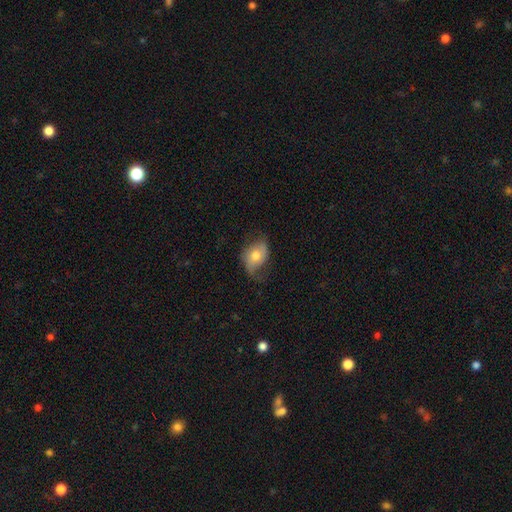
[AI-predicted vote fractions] smooth 50%, featured or disk 43%, star or artifact 7%. Down the decision tree: merging — none (50%).